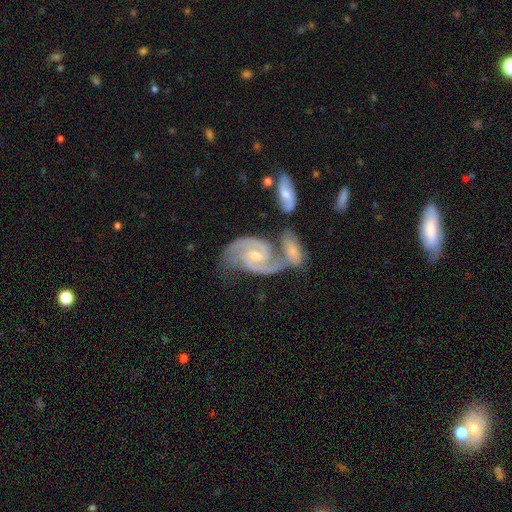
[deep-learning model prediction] This appears to be a featured or disk galaxy (92%) with no bar (49%), 2 (90%) medium (55%) spiral arms (98%) and a small central bulge (58%). Merging: merger (45%).